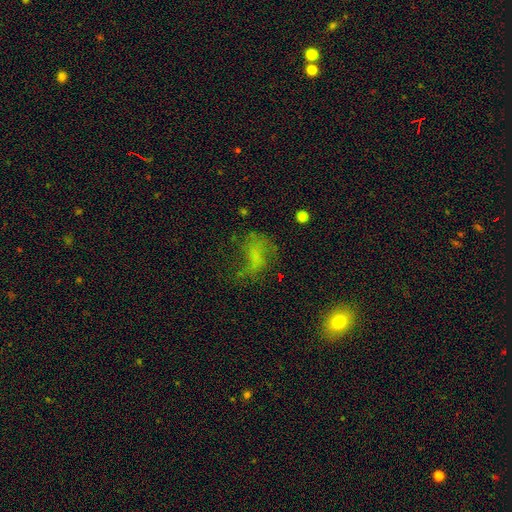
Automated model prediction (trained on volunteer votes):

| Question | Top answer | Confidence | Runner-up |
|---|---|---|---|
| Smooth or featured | smooth | 40% | featured or disk (39%) |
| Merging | none | 39% | major disturbance (37%) |